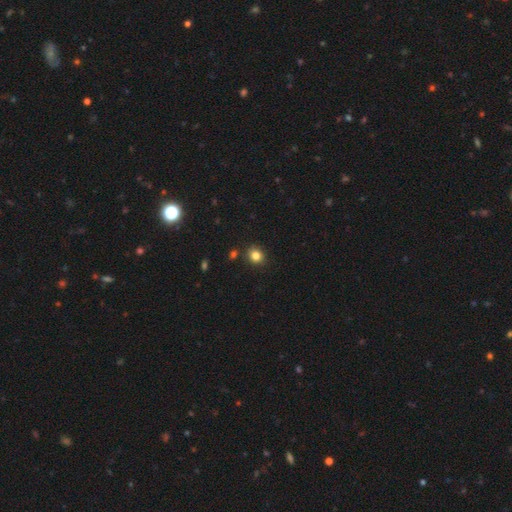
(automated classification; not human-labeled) This is clearly a smooth galaxy (83%). How rounded: likely round (79%). Merging: clearly none (86%).